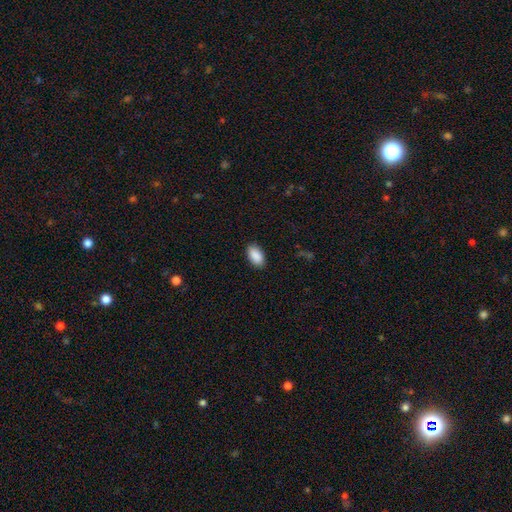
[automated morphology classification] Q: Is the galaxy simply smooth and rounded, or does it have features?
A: smooth — 91%.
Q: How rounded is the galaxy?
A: in between — 95%.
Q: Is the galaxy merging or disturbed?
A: none — 89%.